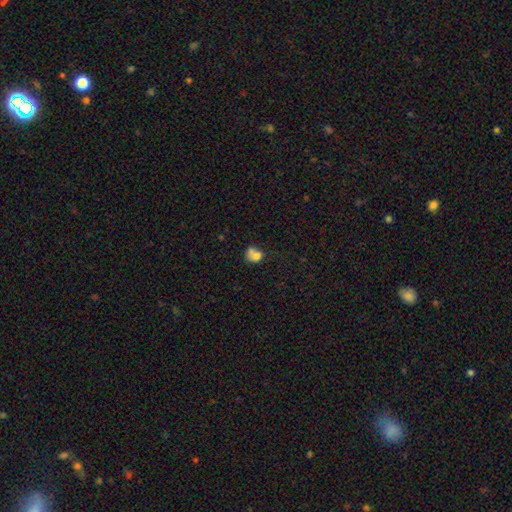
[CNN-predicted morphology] A smooth galaxy with no disk features (74%) that is round (54%).

Vote fractions:
- Smooth or featured? smooth: 74% / featured or disk: 15% / star or artifact: 11%
- How rounded? round: 54% / in between: 44% / cigar-shaped: 1%
- Merging? merger: 37% / none: 30% / minor disturbance: 18% / major disturbance: 15%